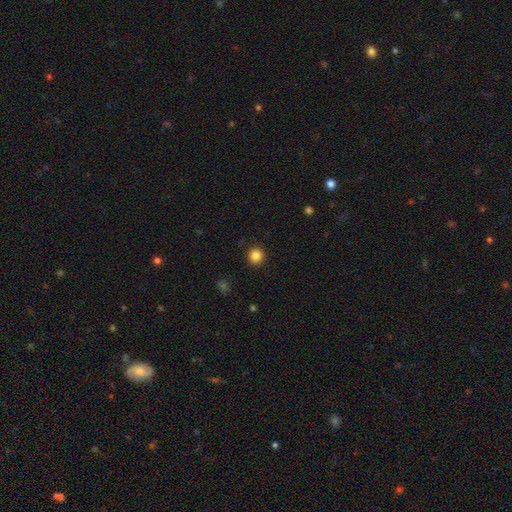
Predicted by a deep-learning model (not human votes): smooth_or_featured: smooth (p=0.85) [alt: star or artifact p=0.11]
how_rounded: round (p=0.94) [alt: in between p=0.05]
merging: none (p=0.92) [alt: minor disturbance p=0.05]